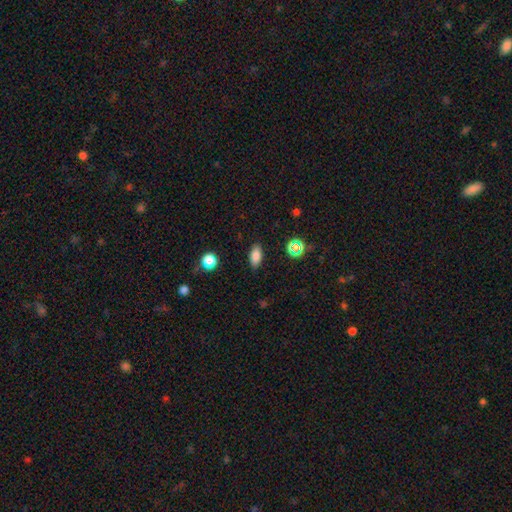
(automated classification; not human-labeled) A smooth galaxy with no disk features (81%) that is in between round and cigar-shaped (86%). Merging: none (87%).